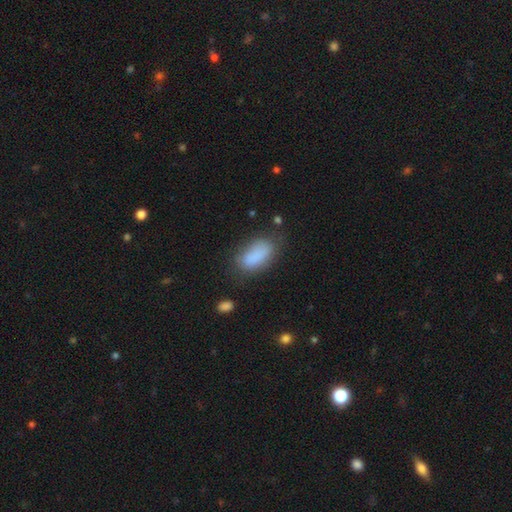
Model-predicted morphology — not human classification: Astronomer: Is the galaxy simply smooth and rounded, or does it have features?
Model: smooth — 84%.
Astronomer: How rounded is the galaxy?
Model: in between — 89%.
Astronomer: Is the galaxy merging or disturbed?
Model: none — 68%.